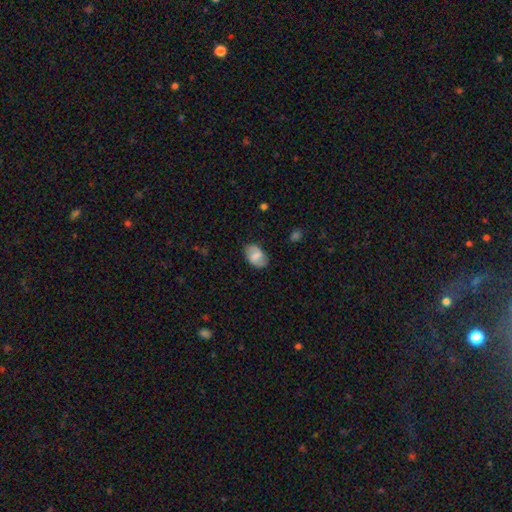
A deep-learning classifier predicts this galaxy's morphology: This appears to be a smooth galaxy with no disk features (52%) that is in between round and cigar-shaped (86%). Merging: none (82%).